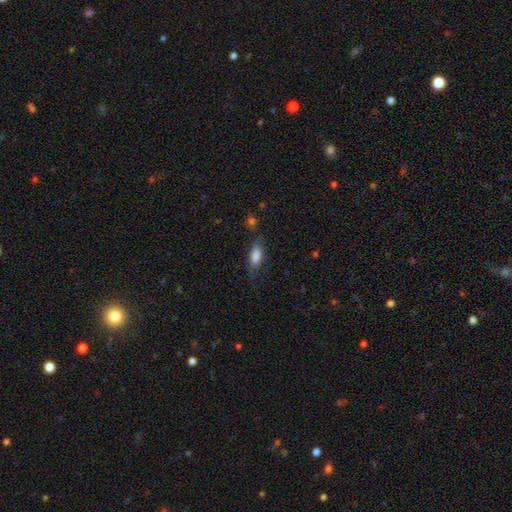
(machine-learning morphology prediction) smooth_or_featured: smooth (p=0.82) [alt: featured or disk p=0.10]
how_rounded: in between (p=0.76) [alt: cigar-shaped p=0.21]
merging: none (p=0.69) [alt: minor disturbance p=0.21]